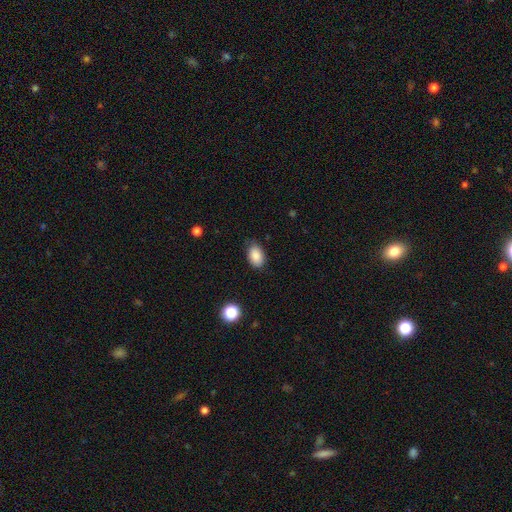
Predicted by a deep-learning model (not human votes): Smooth or featured? Predicted: smooth (p=0.87). How rounded? Predicted: in between (p=0.87). Merging? Predicted: none (p=0.78).